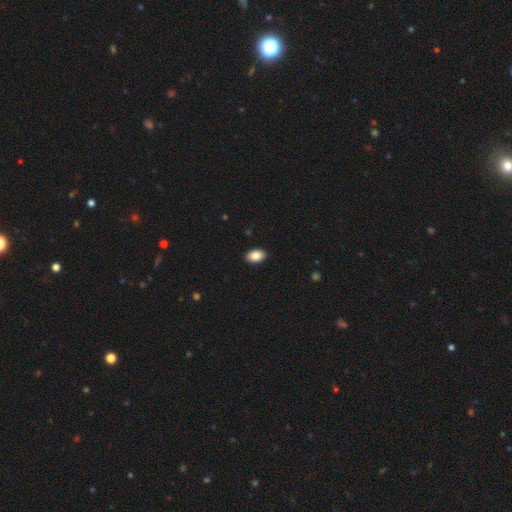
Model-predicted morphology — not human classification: The model was most divided on "smooth or featured": smooth: 88%, star or artifact: 7%, featured or disk: 5%. More confident: merging — none (91%); how rounded — in between (90%).